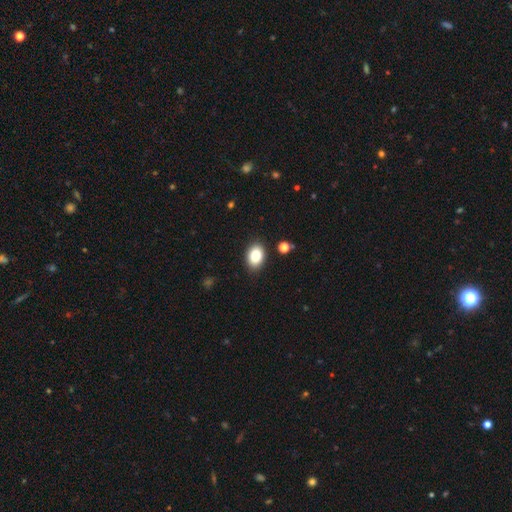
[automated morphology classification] smooth 85%, star or artifact 8%, featured or disk 7%. Down the decision tree: how rounded — in between (82%); merging — none (88%).